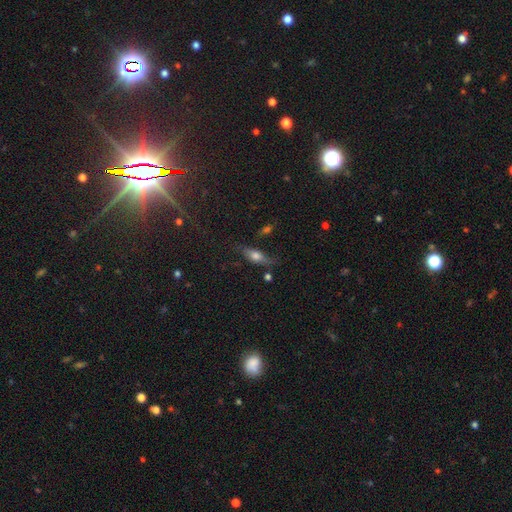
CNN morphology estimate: Q: Smooth or featured?
A: smooth (53%); runner-up: featured or disk (38%)
Q: How rounded?
A: in between (58%); runner-up: cigar-shaped (37%)
Q: Merging?
A: none (63%); runner-up: minor disturbance (23%)